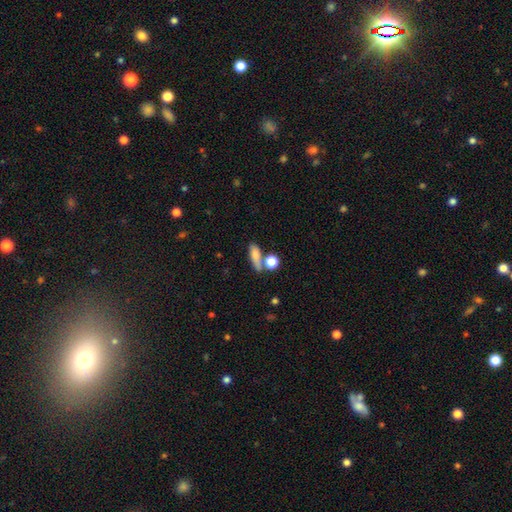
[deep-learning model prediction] Smooth or featured? Predicted: smooth (p=0.77). How rounded? Predicted: in between (p=0.48). Merging? Predicted: none (p=0.57).